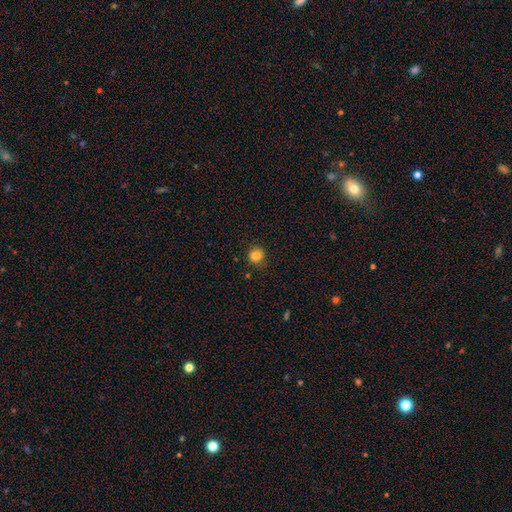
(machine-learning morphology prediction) Smooth or featured?
  - smooth: 84% *
  - star or artifact: 12%
  - featured or disk: 4%
How rounded?
  - round: 78% *
  - in between: 21%
  - cigar-shaped: 1%
Merging?
  - none: 80% *
  - minor disturbance: 14%
  - major disturbance: 4%
  - merger: 2%